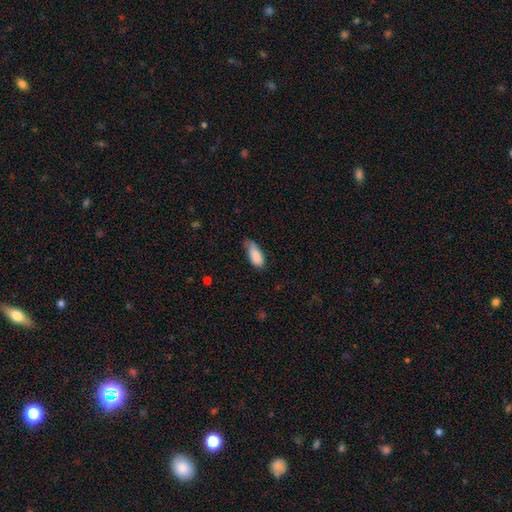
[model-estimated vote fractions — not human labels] The model was most divided on "merging" (2-way tie): none: 43%, minor disturbance: 43%, major disturbance: 12%, merger: 2%. More confident: smooth or featured — smooth (86%); how rounded — in between (85%).